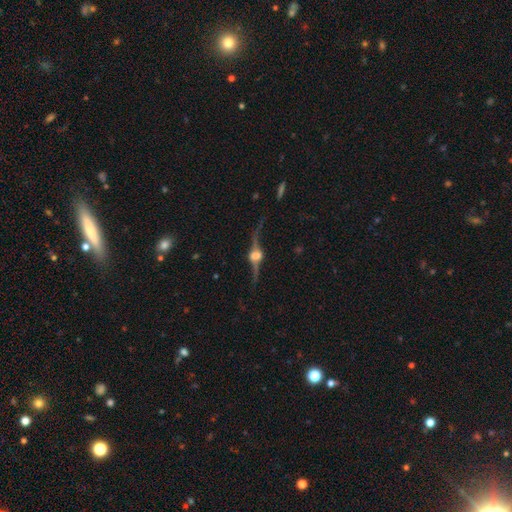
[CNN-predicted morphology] This appears to be a featured or disk galaxy (87%) viewed edge-on (90%) with a rounded central bulge (93%). Merging: none (77%).